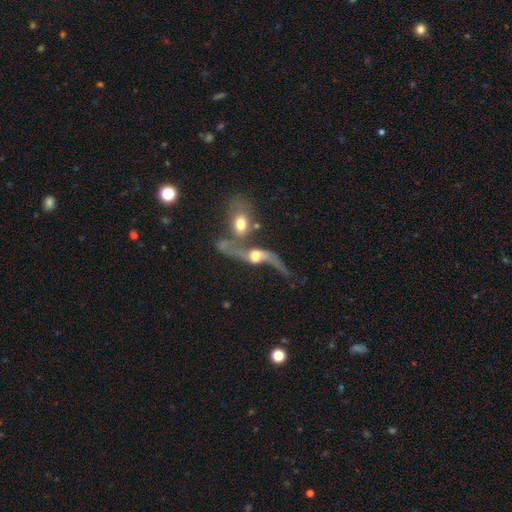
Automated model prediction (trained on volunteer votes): Smooth or featured? Predicted: featured or disk (p=0.74). Edge-on disk? Predicted: no (p=0.83). Bar? Predicted: no (p=0.60). Spiral arms? Predicted: yes (p=0.82). Spiral winding? Predicted: loose (p=0.91). Spiral arm count? Predicted: 2 (p=0.86). Bulge size? Predicted: moderate (p=0.53). Merging? Predicted: merger (p=0.55).